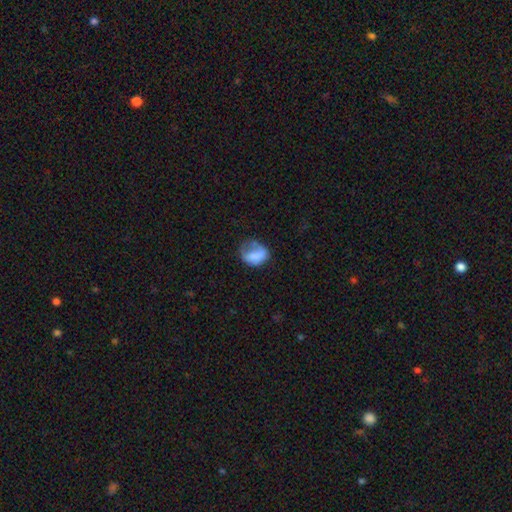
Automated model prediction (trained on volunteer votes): This is likely a smooth galaxy (70%). How rounded: possibly in between (58%). Merging: marginally none (34%).